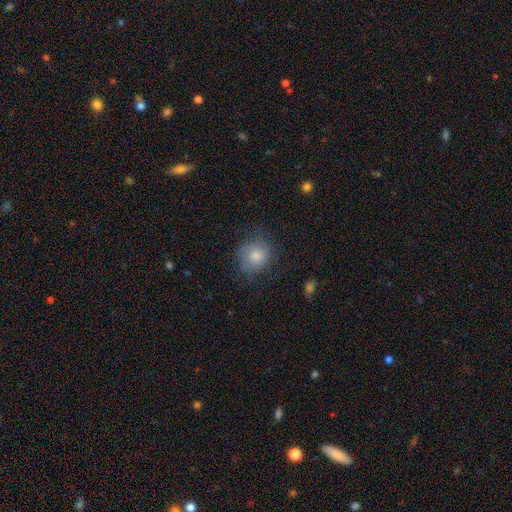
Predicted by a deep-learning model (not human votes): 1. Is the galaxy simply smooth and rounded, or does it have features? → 73% smooth, 18% featured or disk, 9% star or artifact.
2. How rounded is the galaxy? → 83% round, 16% in between, 1% cigar-shaped.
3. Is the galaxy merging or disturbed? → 70% none, 20% minor disturbance, 8% major disturbance, 1% merger.